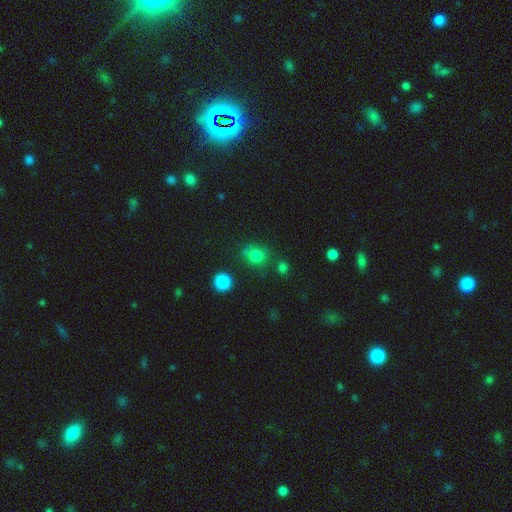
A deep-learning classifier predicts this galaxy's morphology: This is likely a smooth galaxy (77%). How rounded: likely round (69%). Merging: likely none (66%).